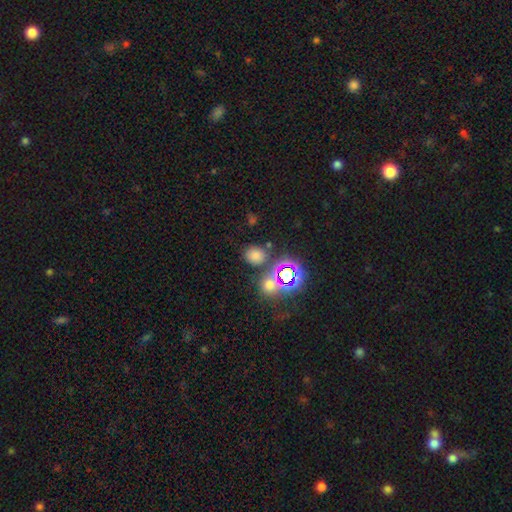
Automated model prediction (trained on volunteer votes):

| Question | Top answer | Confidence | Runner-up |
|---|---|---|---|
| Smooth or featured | smooth | 67% | star or artifact (26%) |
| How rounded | round | 68% | in between (31%) |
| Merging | none | 78% | minor disturbance (9%) |